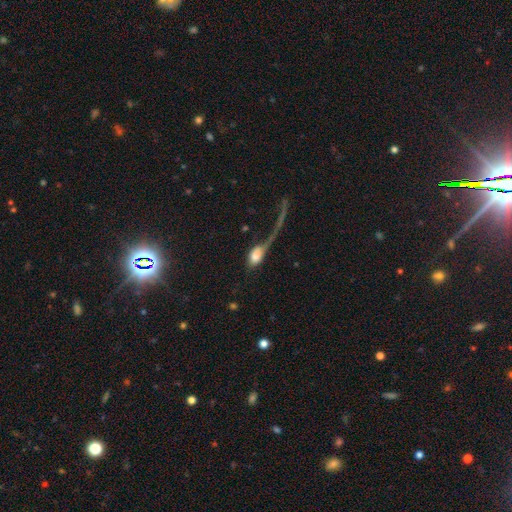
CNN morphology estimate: Overall: smooth (67%). How rounded: in between (82%). Merging: major disturbance (53%; none 18%).